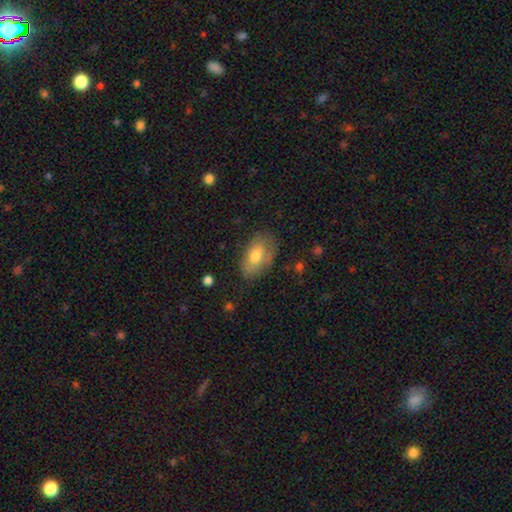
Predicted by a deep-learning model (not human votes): Q: Smooth or featured?
A: smooth (72%); runner-up: featured or disk (21%)
Q: How rounded?
A: in between (91%); runner-up: round (6%)
Q: Merging?
A: none (72%); runner-up: minor disturbance (21%)